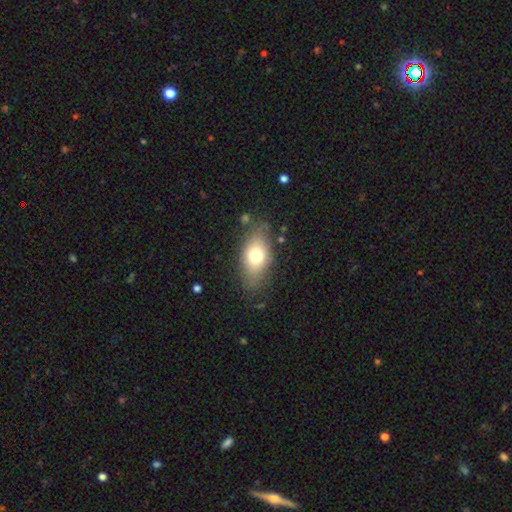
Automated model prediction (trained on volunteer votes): Q: Smooth or featured?
A: smooth (70%); runner-up: featured or disk (21%)
Q: How rounded?
A: in between (84%); runner-up: round (11%)
Q: Merging?
A: none (74%); runner-up: minor disturbance (18%)